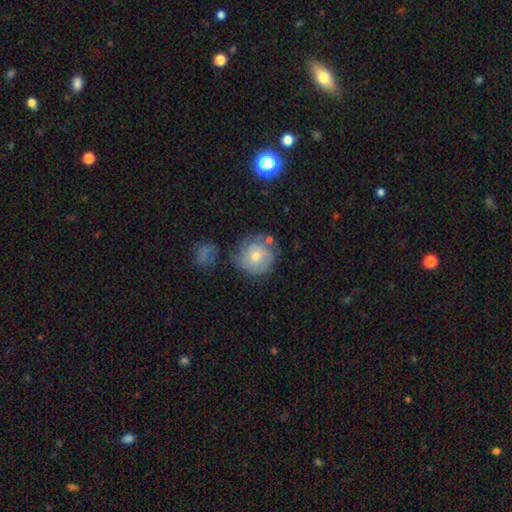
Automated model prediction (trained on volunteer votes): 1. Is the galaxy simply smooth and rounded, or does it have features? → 48% smooth, 42% featured or disk, 10% star or artifact.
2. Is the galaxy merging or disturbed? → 57% none, 23% minor disturbance, 11% major disturbance, 9% merger.